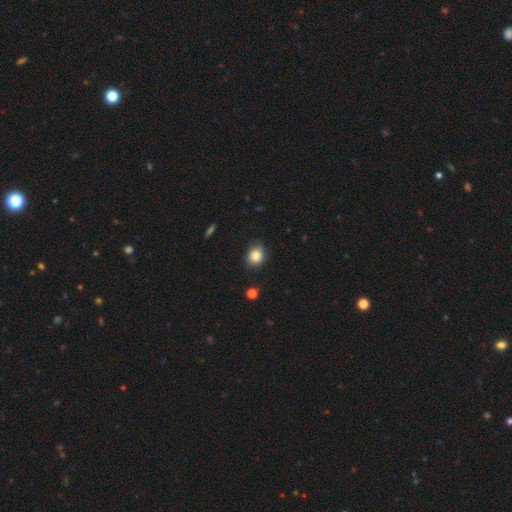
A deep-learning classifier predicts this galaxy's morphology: This is clearly a smooth galaxy (83%). How rounded: possibly round (51%). Merging: likely none (77%).